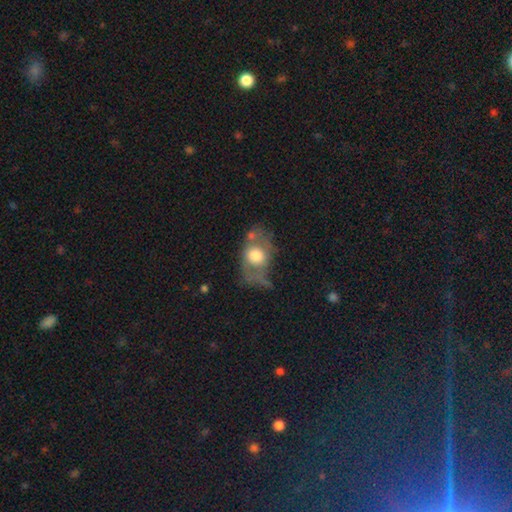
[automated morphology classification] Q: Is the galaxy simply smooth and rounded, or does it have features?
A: smooth — 53%.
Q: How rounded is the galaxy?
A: in between — 65%.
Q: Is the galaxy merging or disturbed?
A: none — 36%.